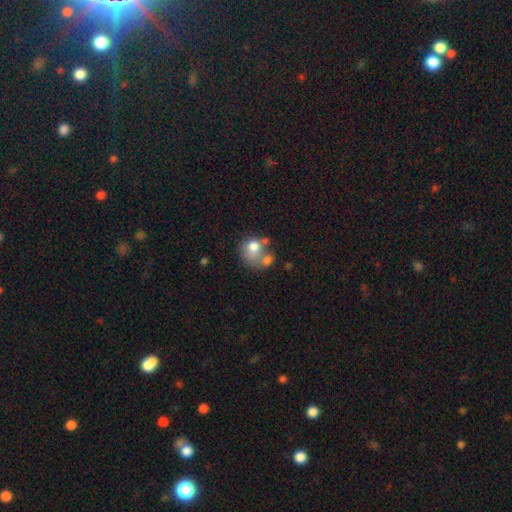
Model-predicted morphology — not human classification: Smooth or featured?
  - smooth: 67% *
  - featured or disk: 21%
  - star or artifact: 12%
How rounded?
  - round: 69% *
  - in between: 30%
  - cigar-shaped: 1%
Merging?
  - merger: 46% *
  - none: 33%
  - minor disturbance: 13%
  - major disturbance: 9%